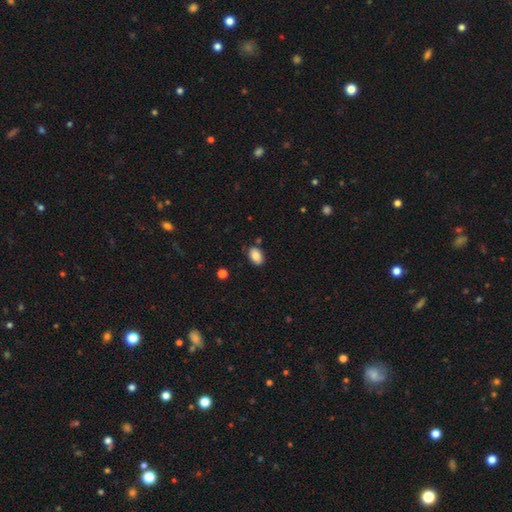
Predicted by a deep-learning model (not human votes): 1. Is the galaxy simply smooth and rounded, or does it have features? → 85% smooth, 8% star or artifact, 7% featured or disk.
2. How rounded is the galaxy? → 88% in between, 11% round, 1% cigar-shaped.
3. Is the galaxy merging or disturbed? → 83% none, 12% minor disturbance, 3% merger, 2% major disturbance.